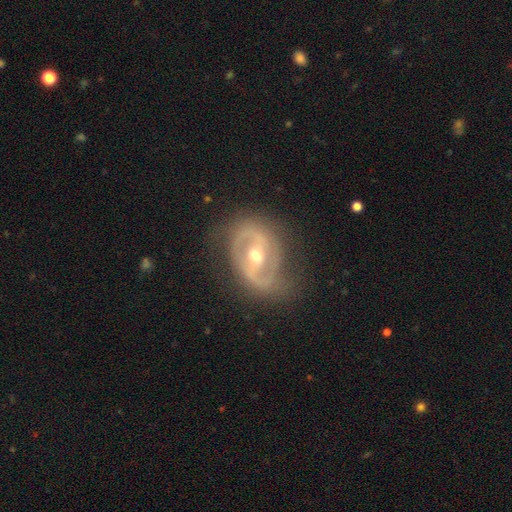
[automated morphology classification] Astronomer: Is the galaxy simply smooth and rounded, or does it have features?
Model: featured or disk — 85%.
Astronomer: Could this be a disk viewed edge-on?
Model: no — 96%.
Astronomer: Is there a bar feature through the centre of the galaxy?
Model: weak — 40% (runner-up: no, 34%).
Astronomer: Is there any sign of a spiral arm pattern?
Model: yes — 91%.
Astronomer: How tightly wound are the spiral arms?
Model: medium — 47% (runner-up: tight, 31%).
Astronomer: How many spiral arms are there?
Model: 2 — 87%.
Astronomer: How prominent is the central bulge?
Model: moderate — 65%.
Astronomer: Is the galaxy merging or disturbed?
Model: none — 77%.